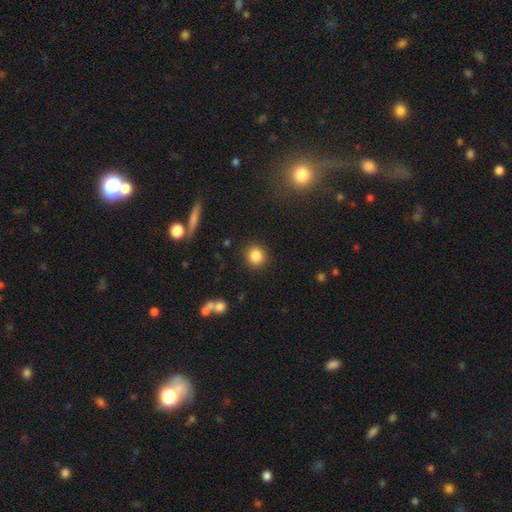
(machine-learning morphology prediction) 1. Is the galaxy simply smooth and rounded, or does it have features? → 85% smooth, 10% star or artifact, 5% featured or disk.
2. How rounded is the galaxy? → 88% round, 11% in between, 1% cigar-shaped.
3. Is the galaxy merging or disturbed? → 89% none, 6% minor disturbance, 3% major disturbance, 2% merger.